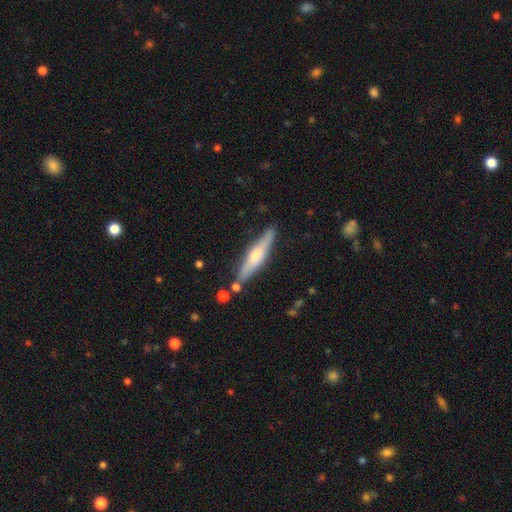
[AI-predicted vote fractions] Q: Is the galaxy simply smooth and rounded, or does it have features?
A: featured or disk — 53%.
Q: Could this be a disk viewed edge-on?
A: yes — 93%.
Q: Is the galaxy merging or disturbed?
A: none — 82%.